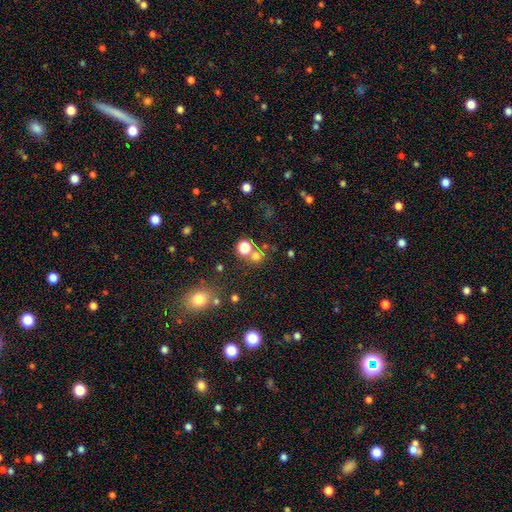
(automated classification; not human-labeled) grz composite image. It shows a smooth galaxy with no disk features (66%) that is round (87%). Merging: none (68%).